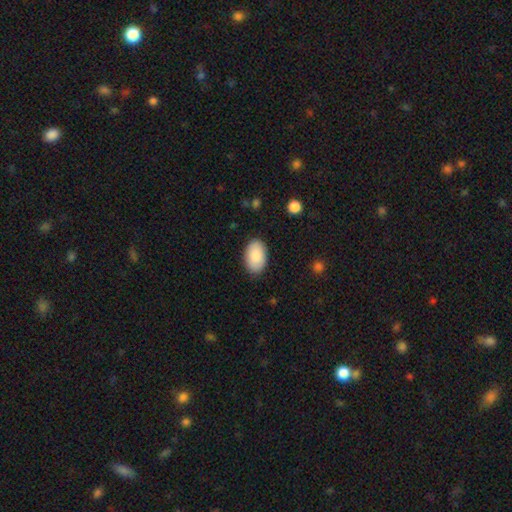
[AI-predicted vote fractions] Smooth or featured?
  - smooth: 88% *
  - featured or disk: 6%
  - star or artifact: 6%
How rounded?
  - in between: 93% *
  - round: 6%
  - cigar-shaped: 1%
Merging?
  - none: 86% *
  - minor disturbance: 10%
  - major disturbance: 2%
  - merger: 1%